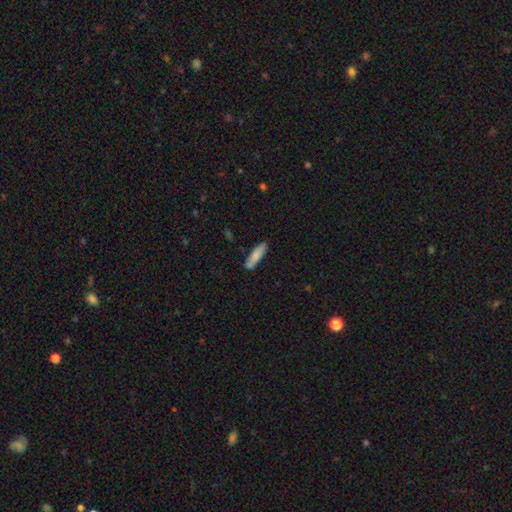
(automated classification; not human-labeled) Morphology: type=smooth (81%); roundness=cigar-shaped (62%); merging=none (75%).